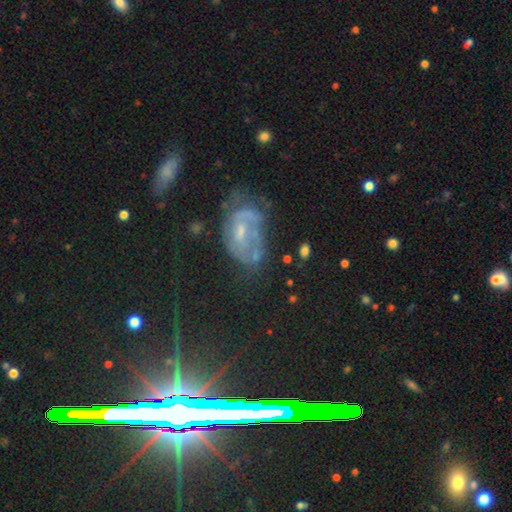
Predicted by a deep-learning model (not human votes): Morphology: type=featured or disk (52%); edge-on=no (96%); bar=no (52%); spiral arms=no (54%); bulge=moderate (40%); merging=none (37%).